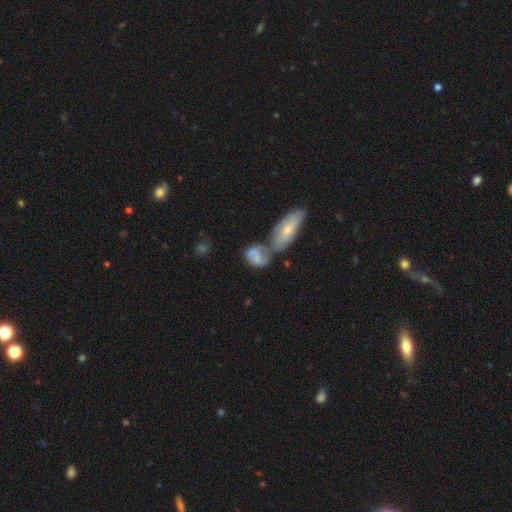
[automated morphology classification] Q: Smooth or featured?
A: smooth (54%); runner-up: featured or disk (37%)
Q: How rounded?
A: in between (65%); runner-up: round (30%)
Q: Merging?
A: merger (55%); runner-up: none (24%)